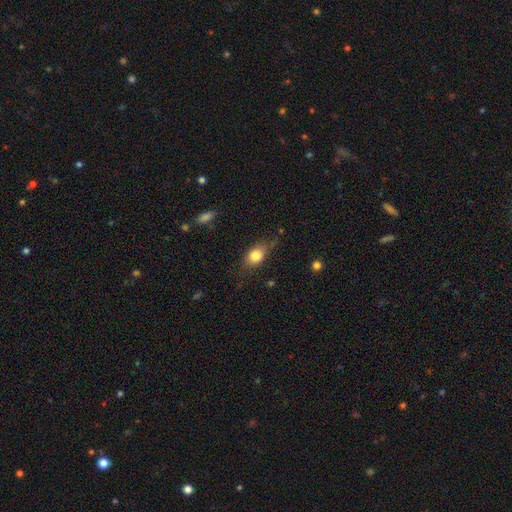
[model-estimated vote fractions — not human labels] Smooth or featured? smooth (79%)
How rounded? in between (69%)
Merging? none (63%)